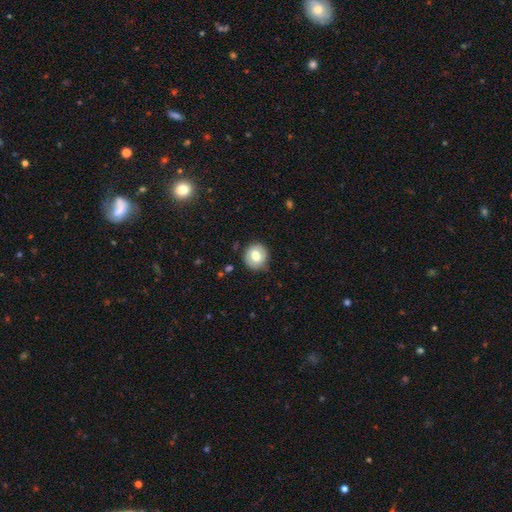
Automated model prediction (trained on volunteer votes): The model was most divided on "smooth or featured": smooth: 68%, featured or disk: 24%, star or artifact: 8%. More confident: how rounded — round (88%); merging — none (84%).